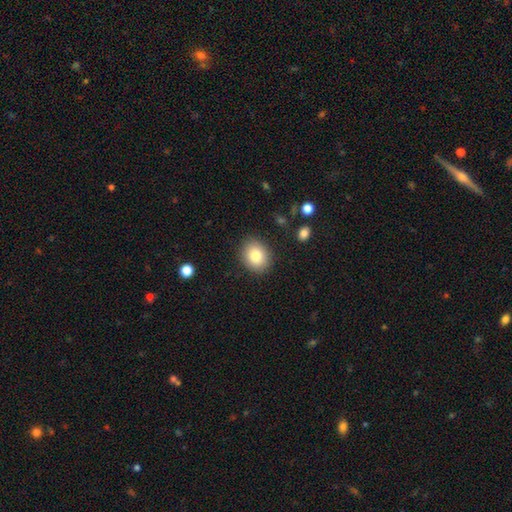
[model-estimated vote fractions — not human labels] This is clearly a smooth galaxy (82%). How rounded: possibly round (55%). Merging: clearly none (87%).